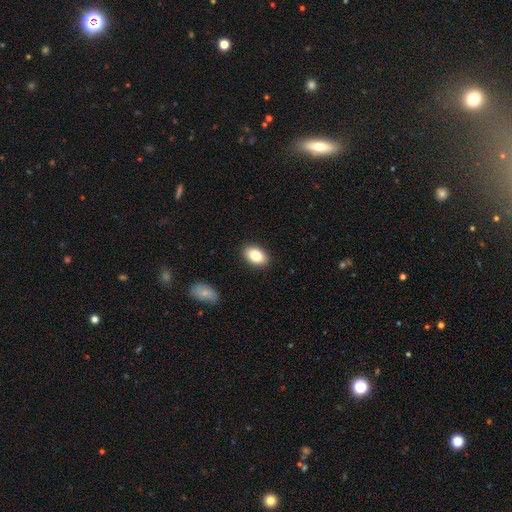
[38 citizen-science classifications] A smooth galaxy with no disk features (87%) that is in between round and cigar-shaped (85%).

Vote fractions:
- Smooth or featured? smooth: 87% / star or artifact: 8% / featured or disk: 5%
- How rounded? in between: 85% / round: 15% / cigar-shaped: 0%
- Merging? none: 89% / minor disturbance: 9% / major disturbance: 3% / merger: 0%